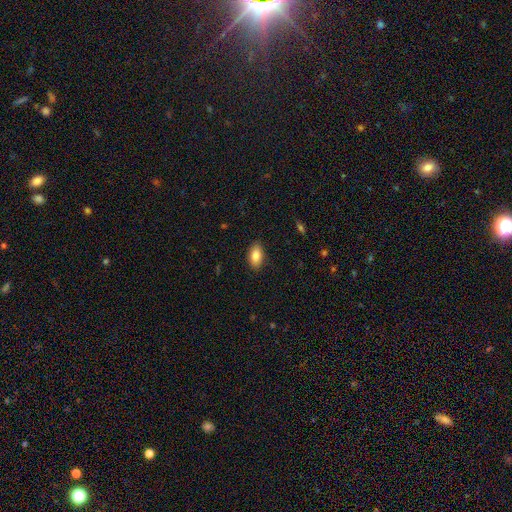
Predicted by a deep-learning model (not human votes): Smooth or featured: smooth — 85% (featured or disk — 8%)
How rounded: in between — 92% (cigar-shaped — 4%)
Merging: none — 88% (minor disturbance — 9%)